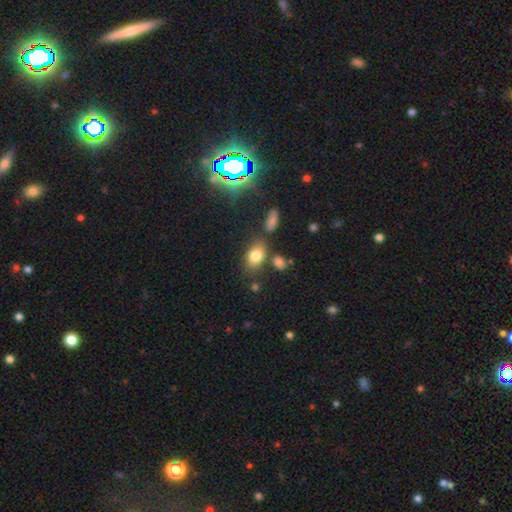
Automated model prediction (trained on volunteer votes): smooth-or-featured: smooth: 78% | star or artifact: 11% | featured or disk: 10%
  how-rounded: in between: 84% | round: 14% | cigar-shaped: 2%
  merging: none: 69% | minor disturbance: 15% | merger: 11% | major disturbance: 5%